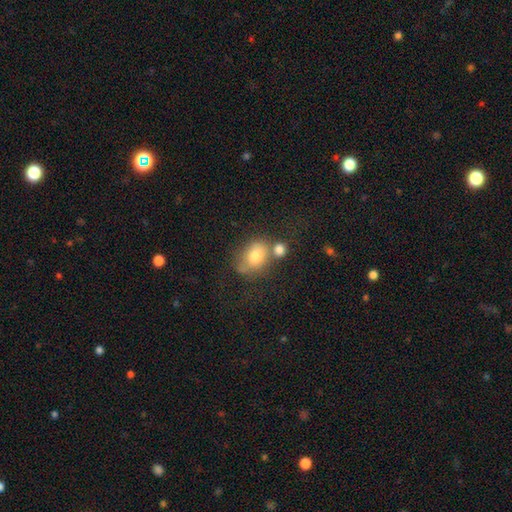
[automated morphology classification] A smooth galaxy with no disk features (74%) that is in between round and cigar-shaped (62%).

Vote fractions:
- Smooth or featured? smooth: 74% / featured or disk: 16% / star or artifact: 10%
- How rounded? in between: 62% / round: 36% / cigar-shaped: 1%
- Merging? none: 45% / merger: 28% / minor disturbance: 18% / major disturbance: 8%